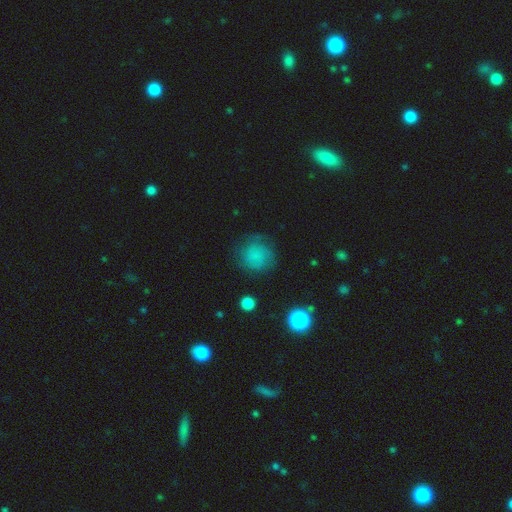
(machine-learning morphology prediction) The model was most divided on "smooth or featured": smooth: 69%, featured or disk: 19%, star or artifact: 12%. More confident: how rounded — round (88%); merging — none (69%).